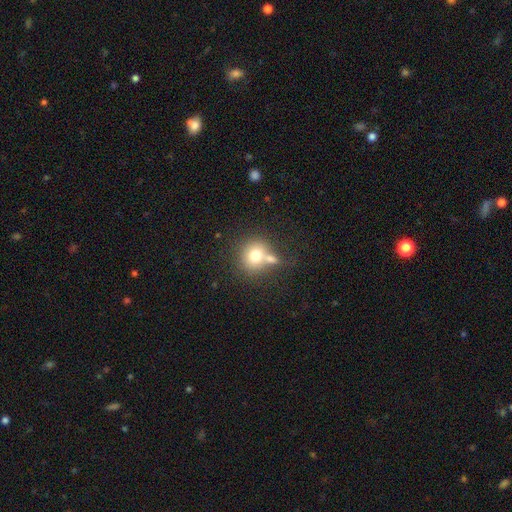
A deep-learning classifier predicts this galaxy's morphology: This is likely a smooth galaxy (74%). How rounded: likely round (79%). Merging: possibly none (46%).